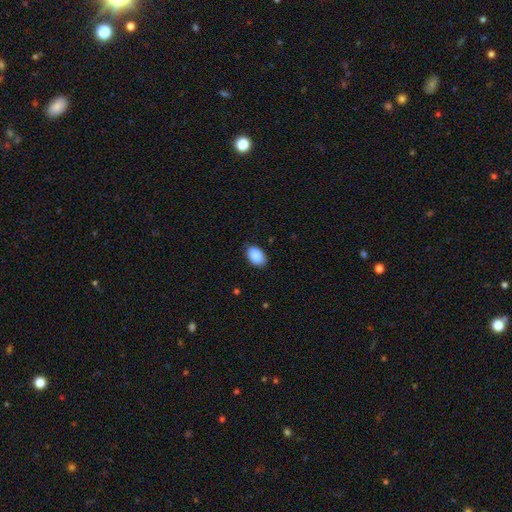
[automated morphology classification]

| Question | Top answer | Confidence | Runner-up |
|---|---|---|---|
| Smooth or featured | smooth | 90% | star or artifact (7%) |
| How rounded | in between | 88% | round (11%) |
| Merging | none | 84% | minor disturbance (13%) |